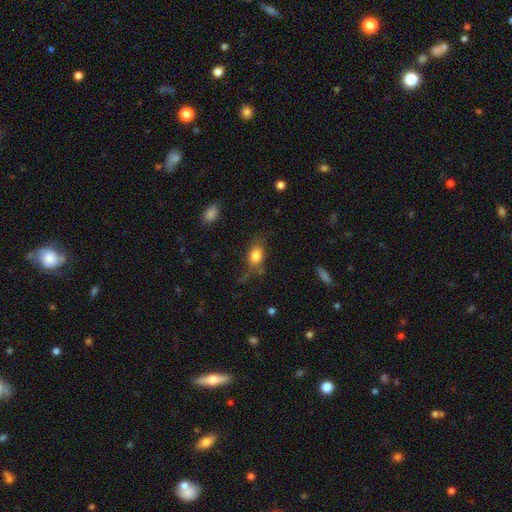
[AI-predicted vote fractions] A smooth galaxy with no disk features (82%) that is in between round and cigar-shaped (80%). Merging: none (67%).